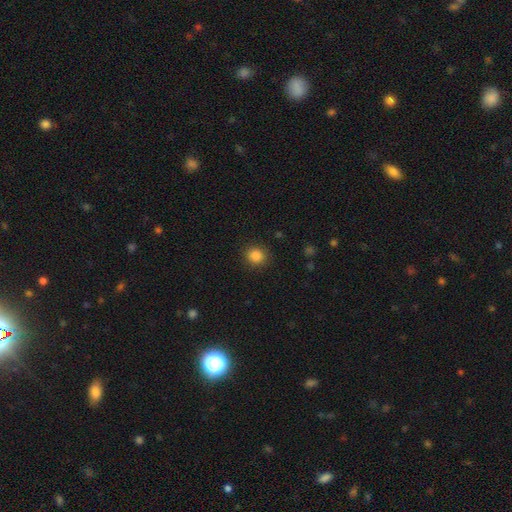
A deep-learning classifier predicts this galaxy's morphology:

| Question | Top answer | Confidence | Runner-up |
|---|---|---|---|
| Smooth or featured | smooth | 86% | star or artifact (11%) |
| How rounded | round | 87% | in between (13%) |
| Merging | none | 90% | minor disturbance (6%) |